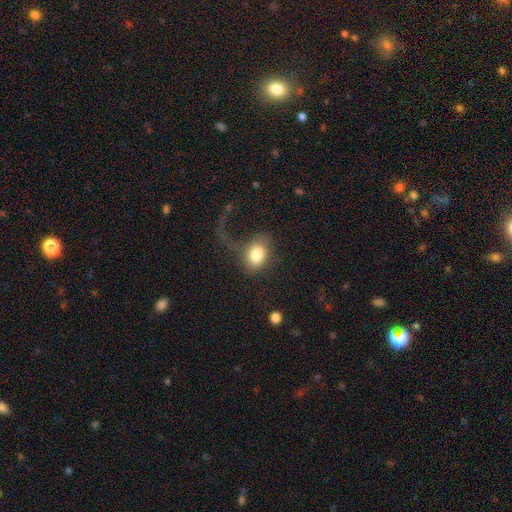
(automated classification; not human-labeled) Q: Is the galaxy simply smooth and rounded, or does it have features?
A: smooth — 76%.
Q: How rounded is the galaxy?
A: in between — 76%.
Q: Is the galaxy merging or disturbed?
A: major disturbance — 55%.